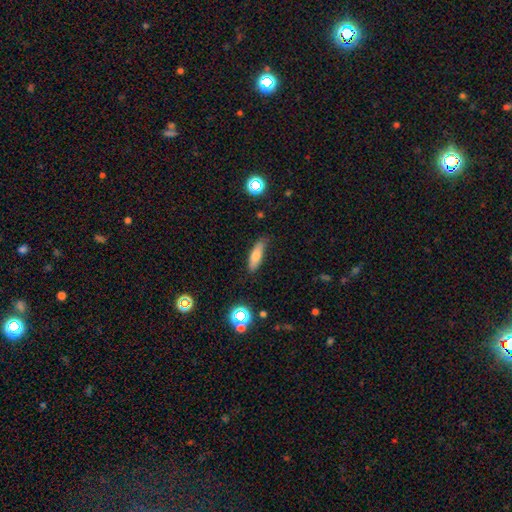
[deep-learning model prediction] Smooth or featured: smooth — 72% (featured or disk — 19%)
How rounded: cigar-shaped — 54% (in between — 43%)
Merging: none — 83% (minor disturbance — 13%)